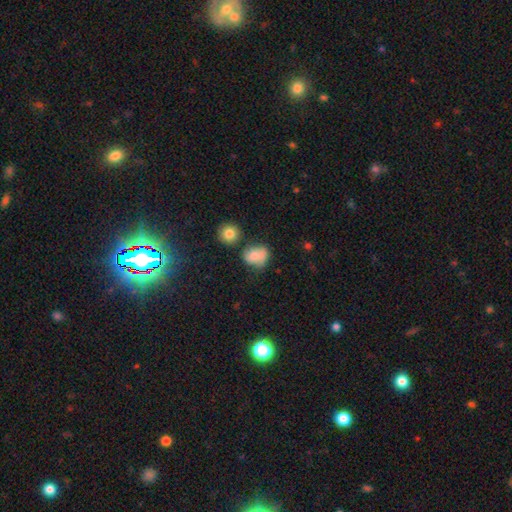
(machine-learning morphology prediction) Q: Smooth or featured?
A: smooth (71%); runner-up: featured or disk (19%)
Q: How rounded?
A: round (52%); runner-up: in between (46%)
Q: Merging?
A: none (45%); runner-up: minor disturbance (28%)